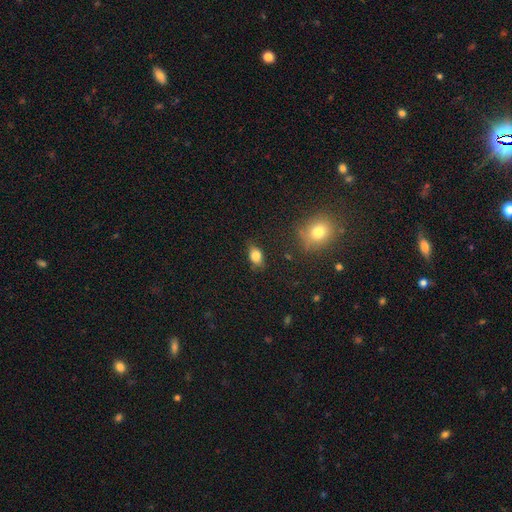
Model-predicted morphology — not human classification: Smooth or featured? Predicted: smooth (p=0.80). How rounded? Predicted: in between (p=0.82). Merging? Predicted: none (p=0.76).